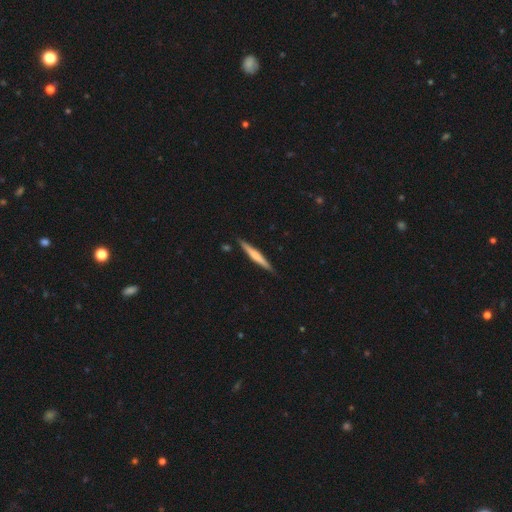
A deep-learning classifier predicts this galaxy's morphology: featured or disk 50%, smooth 45%, star or artifact 5%. Down the decision tree: merging — none (89%).